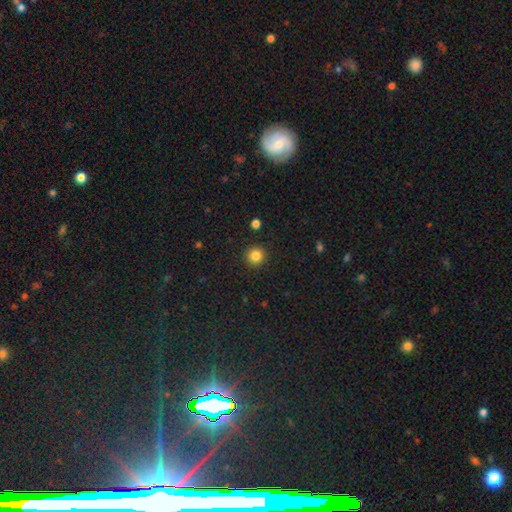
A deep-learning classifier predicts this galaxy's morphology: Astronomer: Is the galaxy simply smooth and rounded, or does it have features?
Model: smooth — 84%.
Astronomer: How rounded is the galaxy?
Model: round — 95%.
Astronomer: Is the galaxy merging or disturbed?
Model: none — 92%.